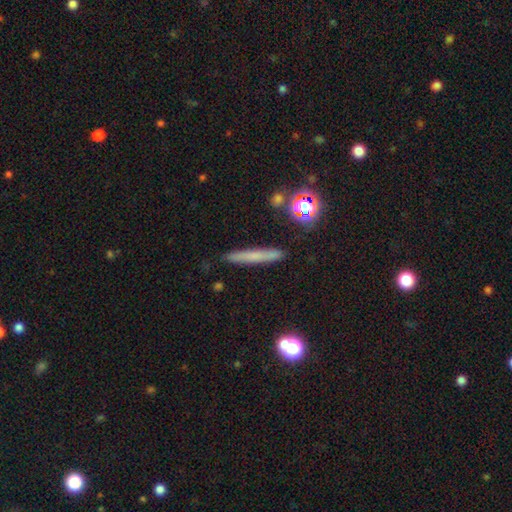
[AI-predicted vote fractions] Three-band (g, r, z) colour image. It shows a smooth galaxy with no disk features (58%) that is cigar-shaped (93%). Merging: none (88%).